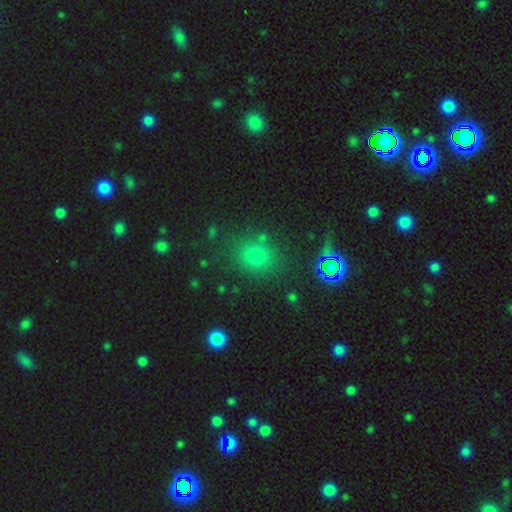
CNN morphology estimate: smooth-or-featured: smooth: 69% | star or artifact: 23% | featured or disk: 8%
  how-rounded: round: 75% | in between: 23% | cigar-shaped: 1%
  merging: none: 79% | minor disturbance: 11% | merger: 6% | major disturbance: 5%